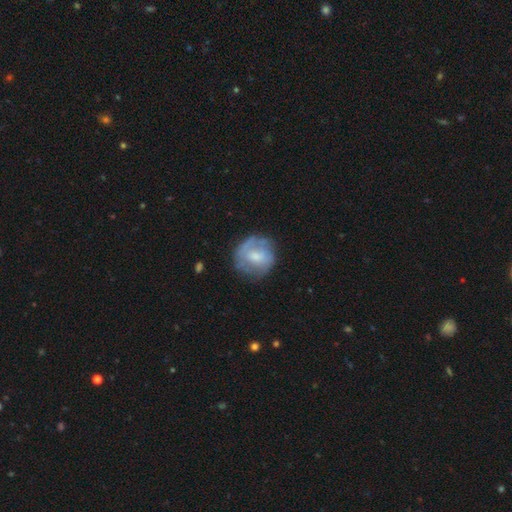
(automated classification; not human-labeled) Overall: smooth (47%; featured or disk 46%). Merging: none (65%).